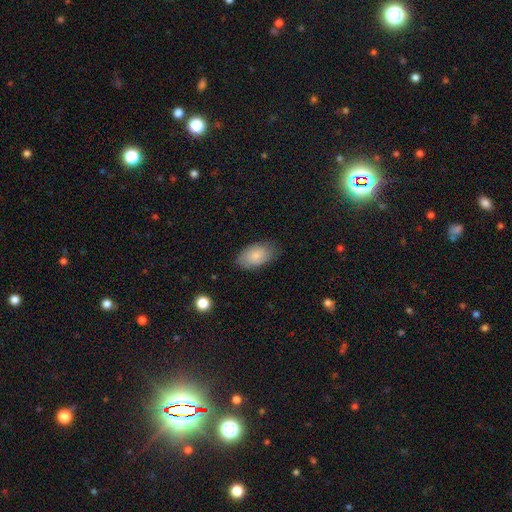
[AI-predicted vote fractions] Smooth or featured? smooth (79%)
How rounded? in between (93%)
Merging? none (78%)